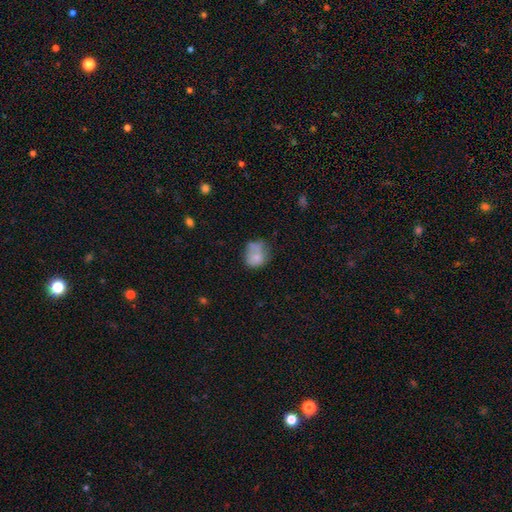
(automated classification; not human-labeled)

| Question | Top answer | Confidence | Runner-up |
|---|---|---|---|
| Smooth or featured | smooth | 71% | featured or disk (20%) |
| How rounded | round | 58% | in between (42%) |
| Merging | none | 36% | minor disturbance (28%) |